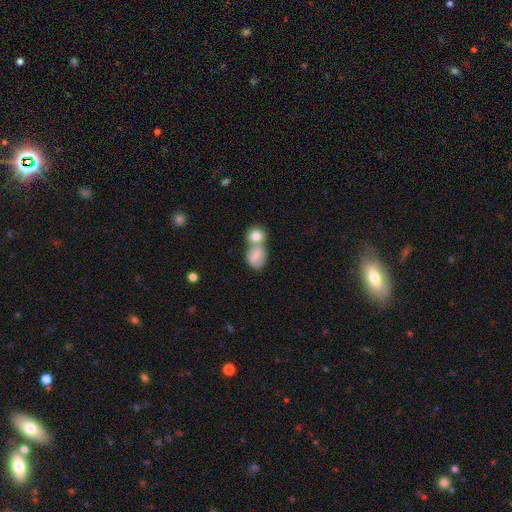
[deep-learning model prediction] This appears to be a smooth galaxy with no disk features (78%) that is in between round and cigar-shaped (54%). Merging: merger (59%).